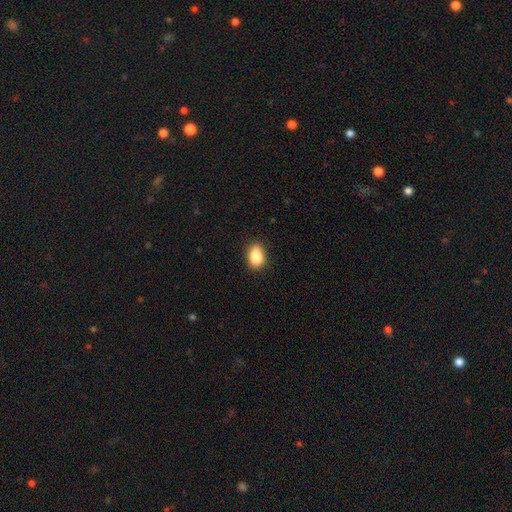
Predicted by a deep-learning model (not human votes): Morphology: type=smooth (87%); roundness=in between (84%); merging=none (85%).